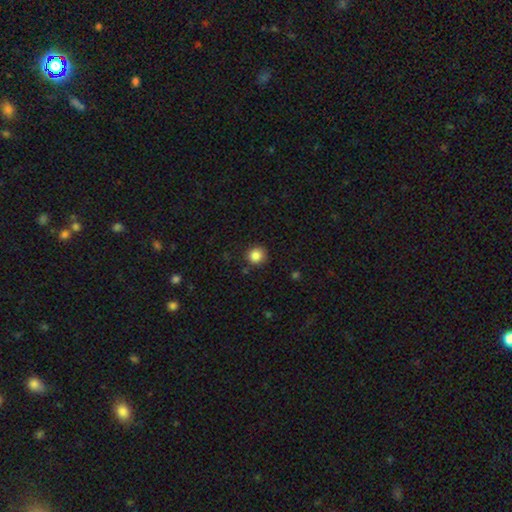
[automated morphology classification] smooth 85%, star or artifact 10%, featured or disk 4%. Down the decision tree: how rounded — round (92%); merging — none (87%).